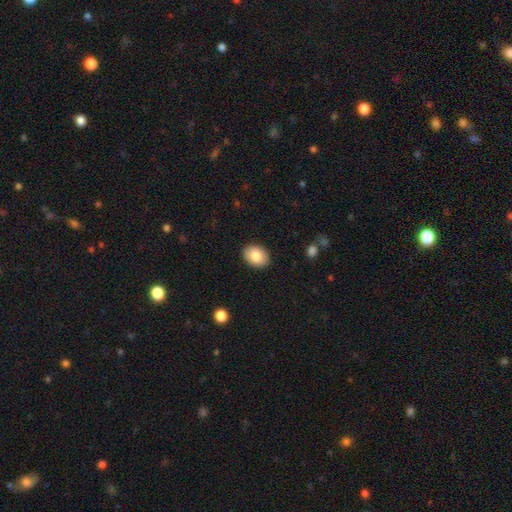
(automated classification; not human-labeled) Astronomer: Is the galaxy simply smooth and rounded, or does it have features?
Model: smooth — 85%.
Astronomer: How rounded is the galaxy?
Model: in between — 70%.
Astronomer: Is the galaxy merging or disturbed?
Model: none — 90%.